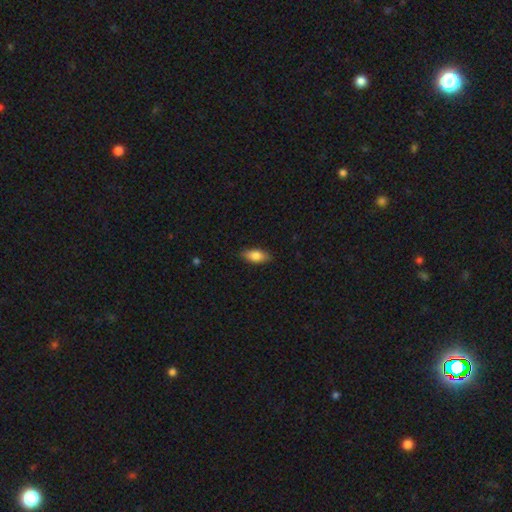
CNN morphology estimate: A smooth galaxy with no disk features (79%) that is in between round and cigar-shaped (83%).

Vote fractions:
- Smooth or featured? smooth: 79% / featured or disk: 15% / star or artifact: 7%
- How rounded? in between: 83% / cigar-shaped: 13% / round: 3%
- Merging? none: 85% / minor disturbance: 11% / major disturbance: 2% / merger: 1%